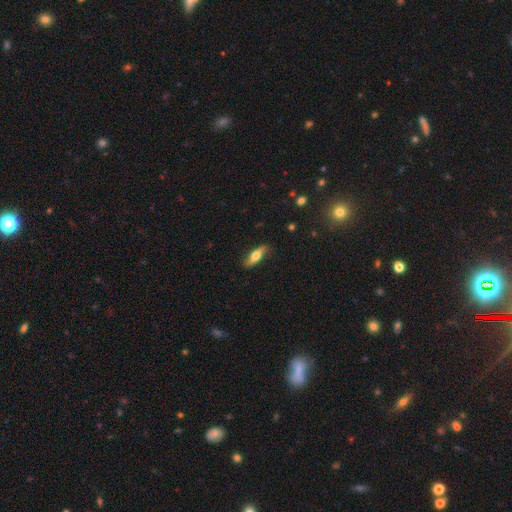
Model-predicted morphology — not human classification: Smooth or featured: smooth — 49% (featured or disk — 45%)
Merging: none — 82% (minor disturbance — 14%)